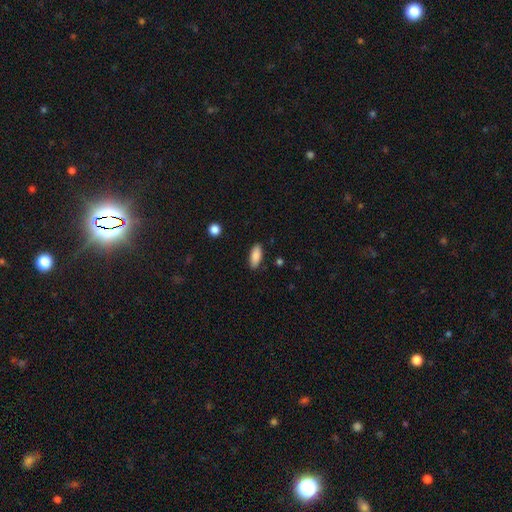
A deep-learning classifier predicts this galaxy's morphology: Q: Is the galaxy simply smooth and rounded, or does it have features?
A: smooth — 88%.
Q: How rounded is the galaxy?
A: in between — 81%.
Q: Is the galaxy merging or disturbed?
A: none — 87%.